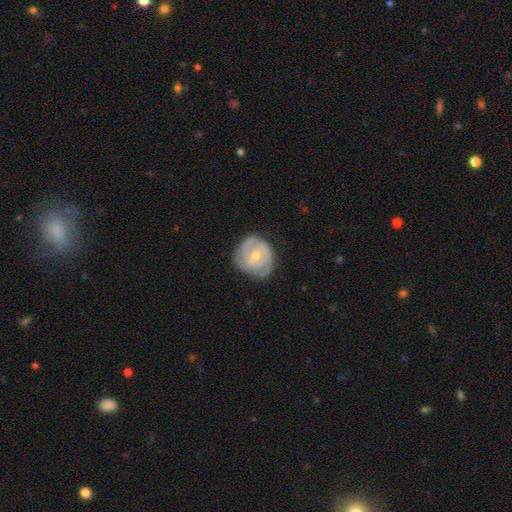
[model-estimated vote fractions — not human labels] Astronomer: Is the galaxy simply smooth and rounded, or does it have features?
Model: featured or disk — 75%.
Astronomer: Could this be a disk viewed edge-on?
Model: no — 98%.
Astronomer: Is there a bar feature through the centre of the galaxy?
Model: no — 50% (runner-up: weak, 41%).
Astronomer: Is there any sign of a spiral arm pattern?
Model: yes — 89%.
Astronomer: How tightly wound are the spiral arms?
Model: tight — 58% (runner-up: medium, 34%).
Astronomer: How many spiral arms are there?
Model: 2 — 52%.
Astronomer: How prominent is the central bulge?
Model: moderate — 49% (runner-up: small, 48%).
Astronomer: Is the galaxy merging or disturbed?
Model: none — 68%.